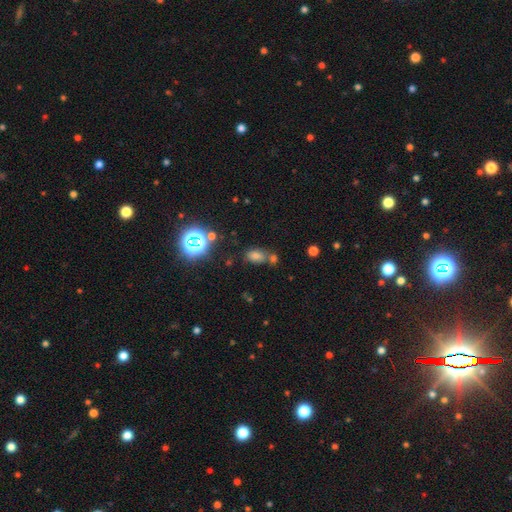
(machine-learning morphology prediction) Smooth or featured? smooth (60%)
How rounded? in between (76%)
Merging? none (57%)